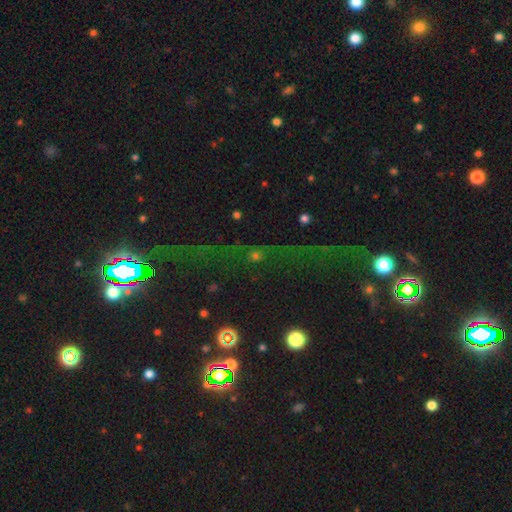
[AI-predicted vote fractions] Smooth or featured? star or artifact (56%)